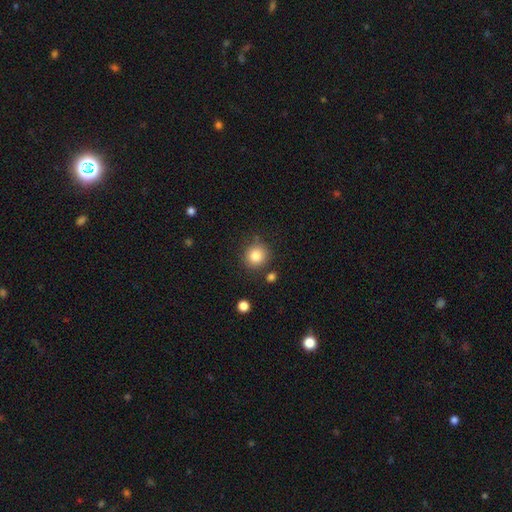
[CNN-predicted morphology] A smooth galaxy with no disk features (84%) that is round (90%).

Vote fractions:
- Smooth or featured? smooth: 84% / star or artifact: 10% / featured or disk: 6%
- How rounded? round: 90% / in between: 9% / cigar-shaped: 1%
- Merging? none: 82% / minor disturbance: 10% / merger: 5% / major disturbance: 3%